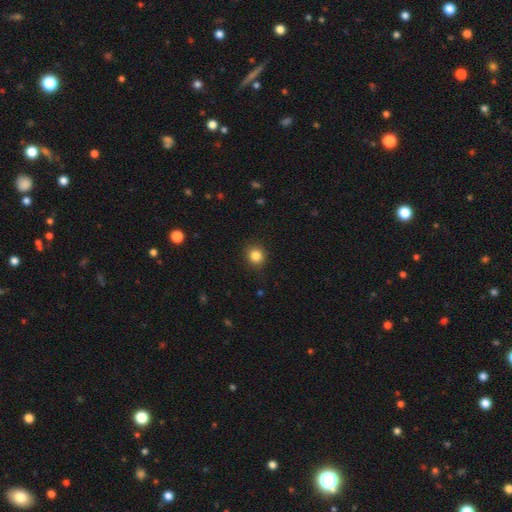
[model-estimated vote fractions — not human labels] Q: Smooth or featured?
A: smooth (85%); runner-up: star or artifact (11%)
Q: How rounded?
A: round (85%); runner-up: in between (14%)
Q: Merging?
A: none (88%); runner-up: minor disturbance (9%)